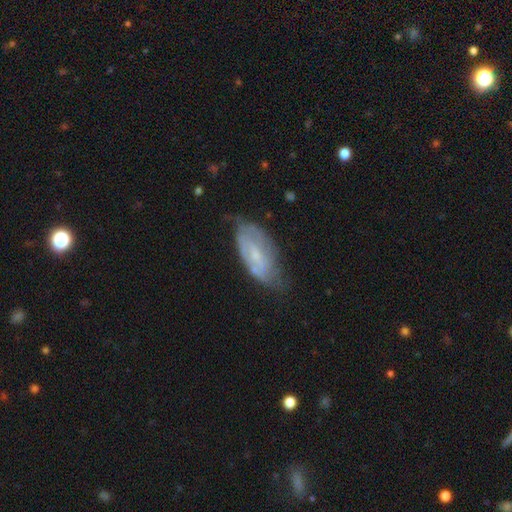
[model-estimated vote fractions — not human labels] featured or disk 54%, smooth 38%, star or artifact 7%. Down the decision tree: edge-on disk — no (89%); merging — none (53%).